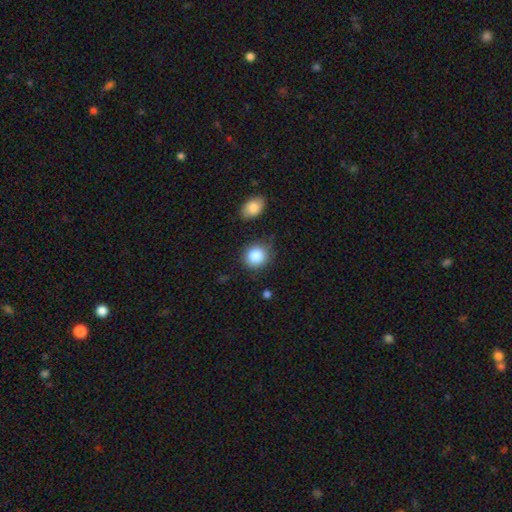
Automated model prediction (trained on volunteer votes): A smooth galaxy with no disk features (86%) that is round (81%). Merging: none (75%).